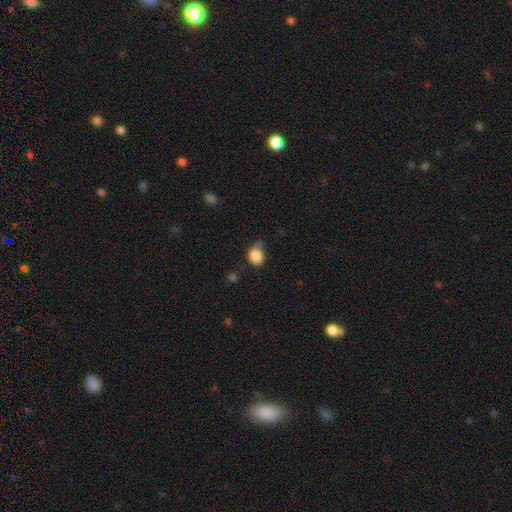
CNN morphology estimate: Smooth or featured?
  - smooth: 85% *
  - star or artifact: 9%
  - featured or disk: 6%
How rounded?
  - in between: 60% *
  - round: 39%
  - cigar-shaped: 1%
Merging?
  - none: 44% *
  - minor disturbance: 40%
  - major disturbance: 12%
  - merger: 3%